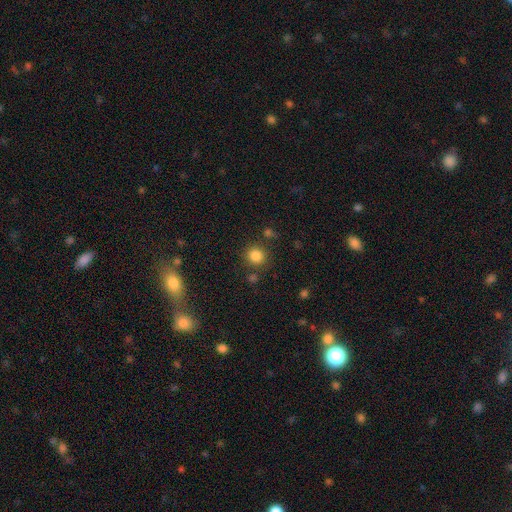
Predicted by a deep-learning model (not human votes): This is clearly a smooth galaxy (84%). How rounded: clearly round (91%). Merging: clearly none (82%).